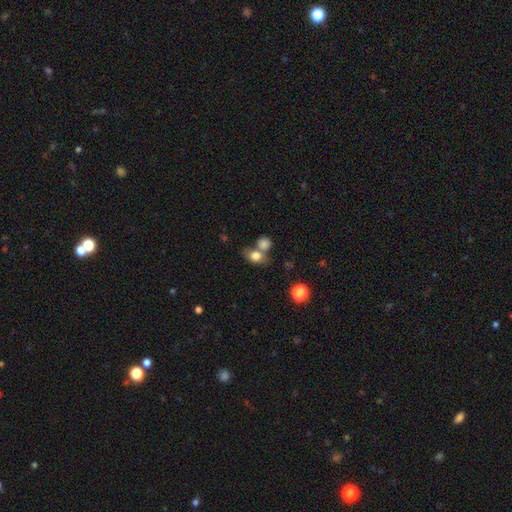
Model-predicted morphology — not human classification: smooth 78%, featured or disk 11%, star or artifact 10%. Down the decision tree: how rounded — in between (58%); merging — none (45%).